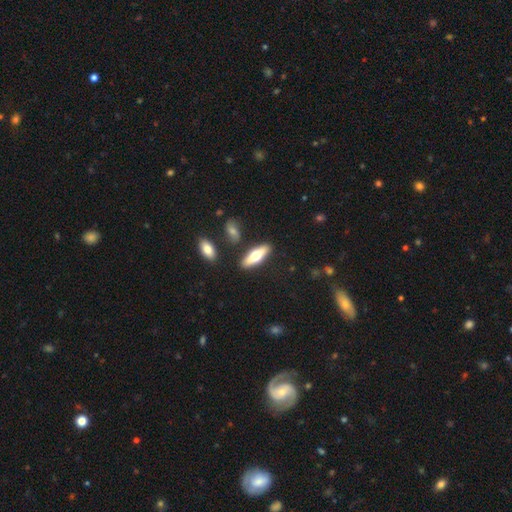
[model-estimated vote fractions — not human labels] Smooth or featured? Predicted: smooth (p=0.55). How rounded? Predicted: cigar-shaped (p=0.53). Merging? Predicted: none (p=0.83).